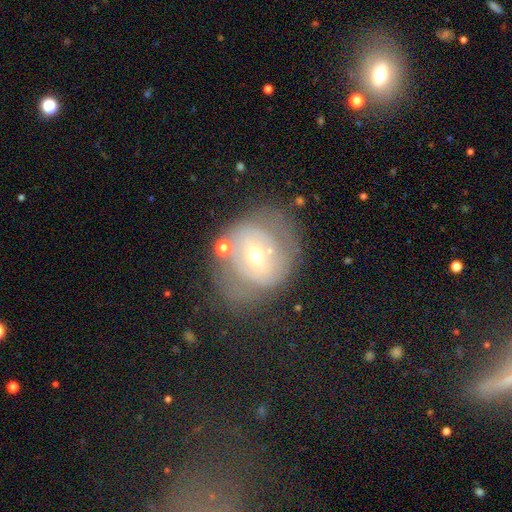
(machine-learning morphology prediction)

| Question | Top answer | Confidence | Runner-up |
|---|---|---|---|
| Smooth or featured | featured or disk | 60% | smooth (31%) |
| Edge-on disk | no | 95% | yes (5%) |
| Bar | no | 57% | weak (29%) |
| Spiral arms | yes | 51% | no (49%) |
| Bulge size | small | 57% | moderate (38%) |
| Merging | none | 54% | minor disturbance (22%) |